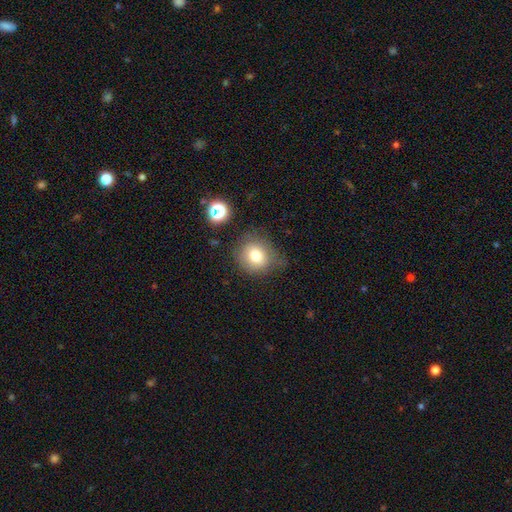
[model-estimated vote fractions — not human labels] This appears to be a smooth galaxy with no disk features (76%) that is round (84%). Merging: none (67%).